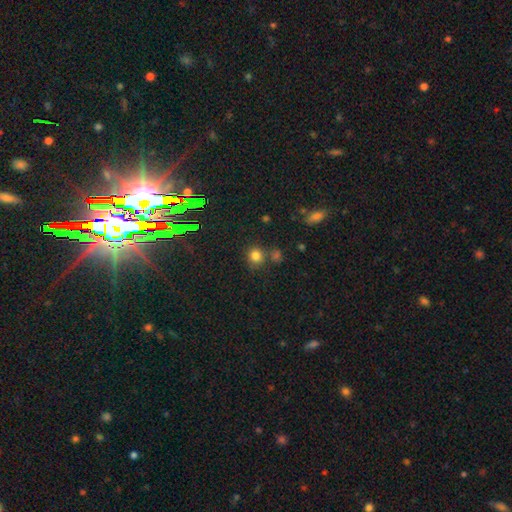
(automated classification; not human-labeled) A smooth galaxy with no disk features (79%) that is round (85%). Merging: none (72%).